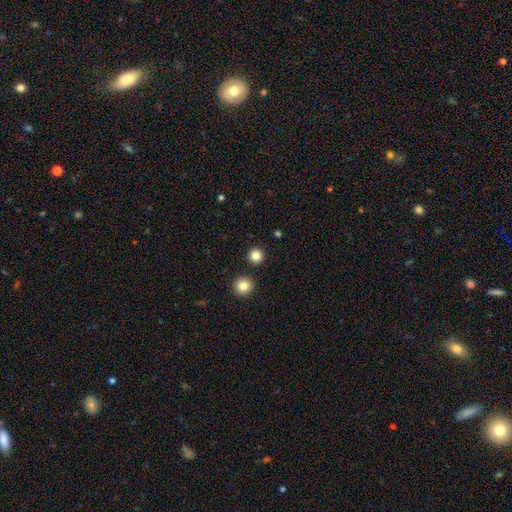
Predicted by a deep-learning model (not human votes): smooth 82%, star or artifact 13%, featured or disk 5%. Down the decision tree: how rounded — round (95%); merging — none (90%).